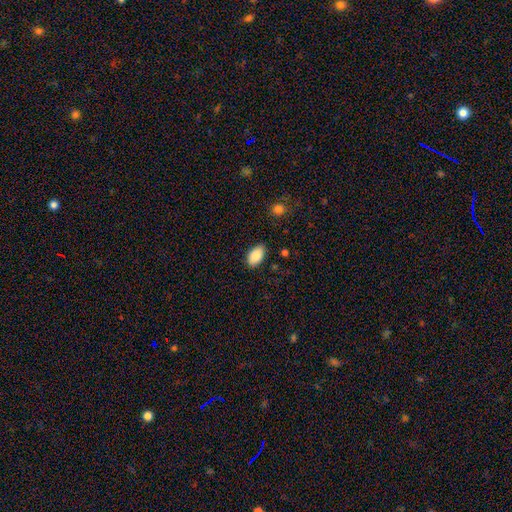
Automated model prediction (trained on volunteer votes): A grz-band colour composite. It shows a smooth galaxy with no disk features (85%) that is in between round and cigar-shaped (94%). Merging: none (84%).